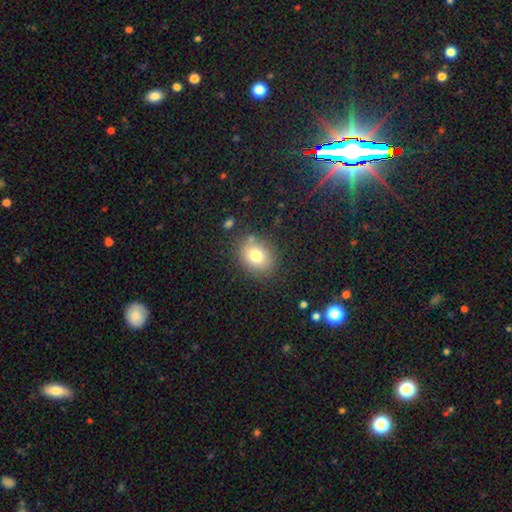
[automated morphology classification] The model was most divided on "how rounded": round: 56%, in between: 43%, cigar-shaped: 1%. More confident: merging — none (80%); smooth or featured — smooth (77%).